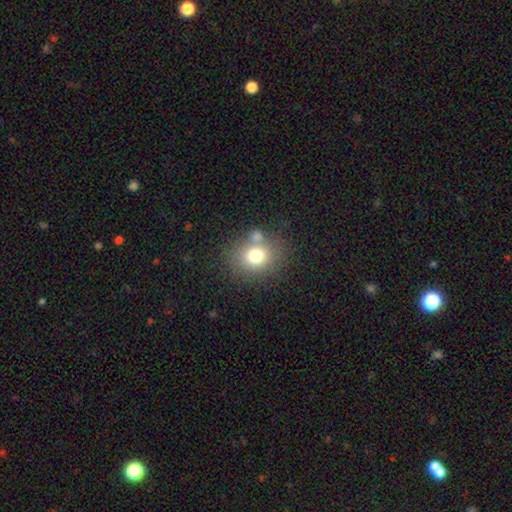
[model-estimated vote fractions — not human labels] A smooth galaxy with no disk features (74%) that is round (63%).

Vote fractions:
- Smooth or featured? smooth: 74% / featured or disk: 13% / star or artifact: 13%
- How rounded? round: 63% / in between: 36% / cigar-shaped: 1%
- Merging? none: 64% / merger: 18% / minor disturbance: 13% / major disturbance: 5%